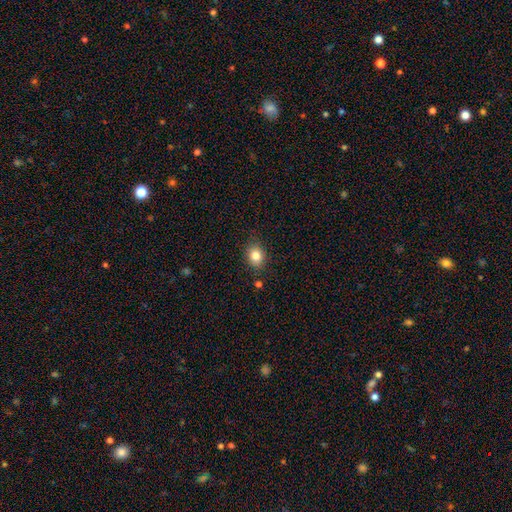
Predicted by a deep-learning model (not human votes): smooth-or-featured: smooth: 83% | star or artifact: 10% | featured or disk: 7%
  how-rounded: in between: 50% | round: 49% | cigar-shaped: 1%
  merging: none: 84% | minor disturbance: 11% | major disturbance: 3% | merger: 2%